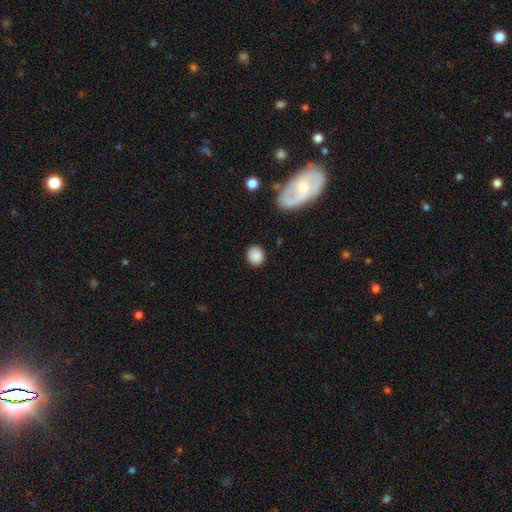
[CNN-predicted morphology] type=smooth (87%); roundness=round (78%); merging=none (86%).